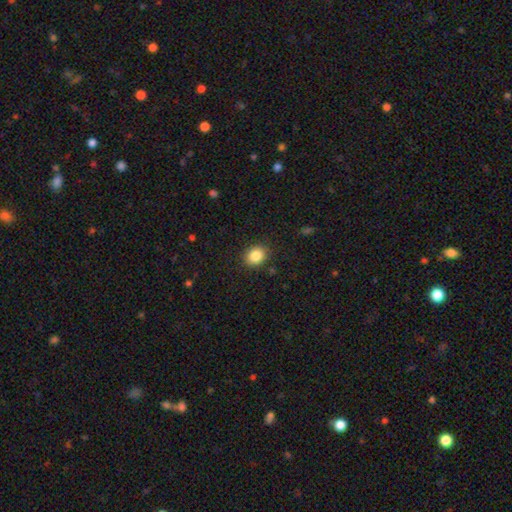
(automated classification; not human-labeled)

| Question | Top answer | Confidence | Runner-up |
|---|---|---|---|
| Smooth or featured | smooth | 86% | star or artifact (9%) |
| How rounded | round | 56% | in between (43%) |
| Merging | none | 88% | minor disturbance (9%) |